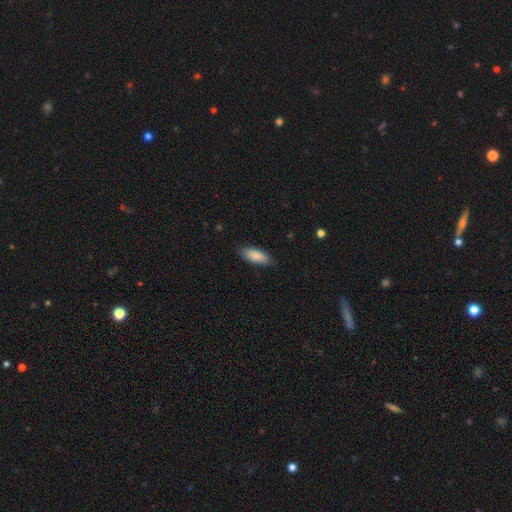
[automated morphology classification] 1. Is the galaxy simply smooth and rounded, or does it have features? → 88% smooth, 6% featured or disk, 6% star or artifact.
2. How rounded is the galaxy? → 73% in between, 26% cigar-shaped, 2% round.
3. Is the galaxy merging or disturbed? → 87% none, 10% minor disturbance, 2% major disturbance, 1% merger.